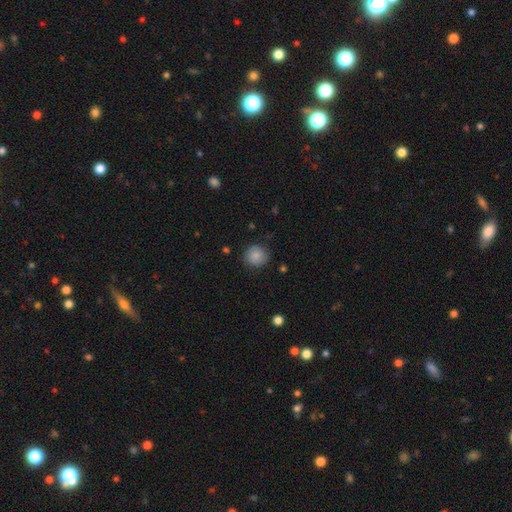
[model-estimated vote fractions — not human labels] Q: Smooth or featured?
A: smooth (84%); runner-up: star or artifact (8%)
Q: How rounded?
A: round (91%); runner-up: in between (8%)
Q: Merging?
A: none (85%); runner-up: minor disturbance (11%)